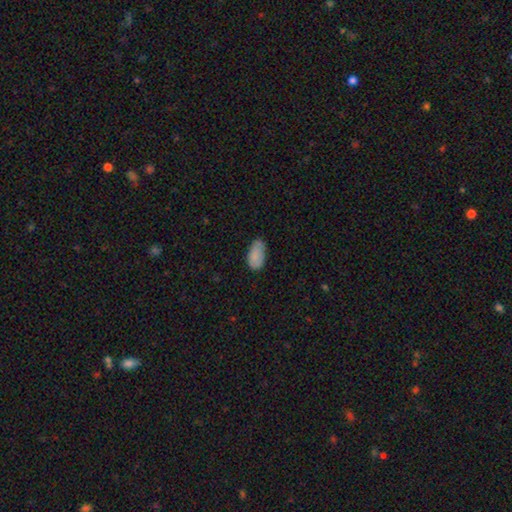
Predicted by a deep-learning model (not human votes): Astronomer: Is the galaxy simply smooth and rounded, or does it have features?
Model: smooth — 86%.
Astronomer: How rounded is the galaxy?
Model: in between — 94%.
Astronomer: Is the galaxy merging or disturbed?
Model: none — 63%.